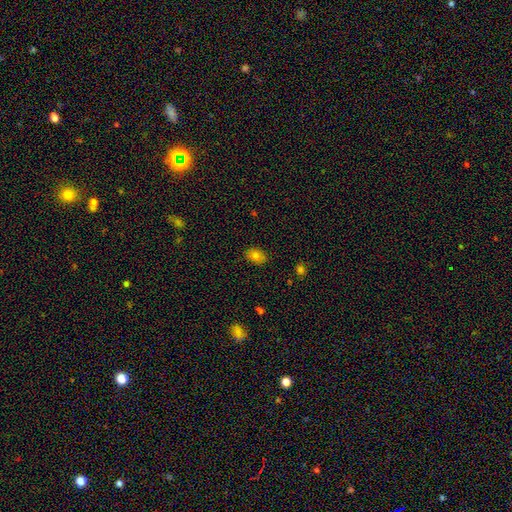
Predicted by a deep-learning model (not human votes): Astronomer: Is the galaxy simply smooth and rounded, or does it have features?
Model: smooth — 80%.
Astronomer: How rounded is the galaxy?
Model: in between — 75%.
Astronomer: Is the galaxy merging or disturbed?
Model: none — 86%.